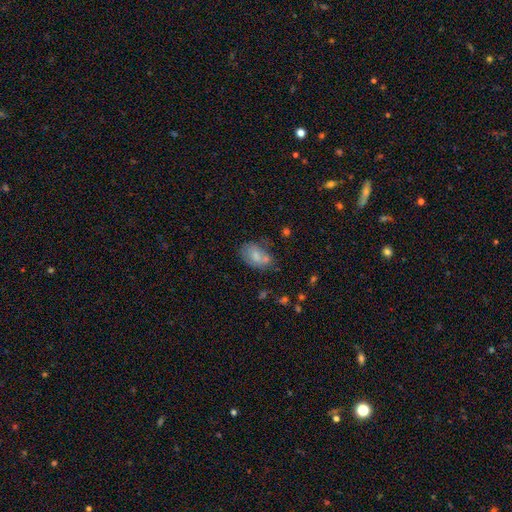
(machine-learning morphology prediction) This is likely a smooth galaxy (69%). How rounded: clearly in between (86%). Merging: marginally none (41%).